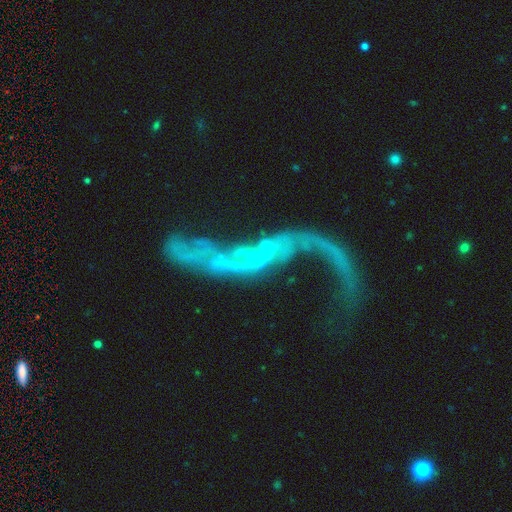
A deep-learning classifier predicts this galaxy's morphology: This appears to be a featured or disk galaxy (81%) with no bar (49%), 2 (69%) loose (90%) spiral arms (71%) and a small central bulge (47%). Merging: major disturbance (43%).